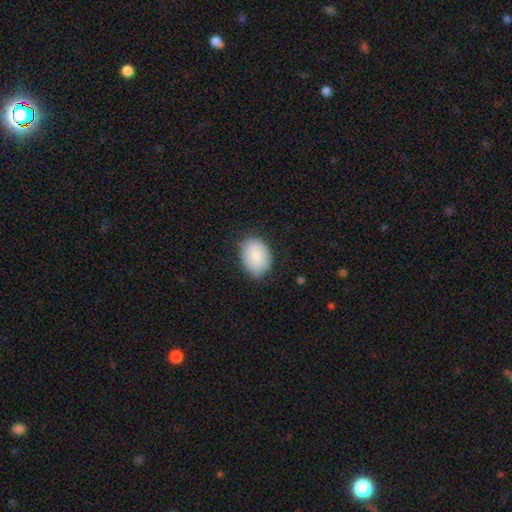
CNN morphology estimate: Overall: smooth (81%). How rounded: in between (72%). Merging: none (72%).